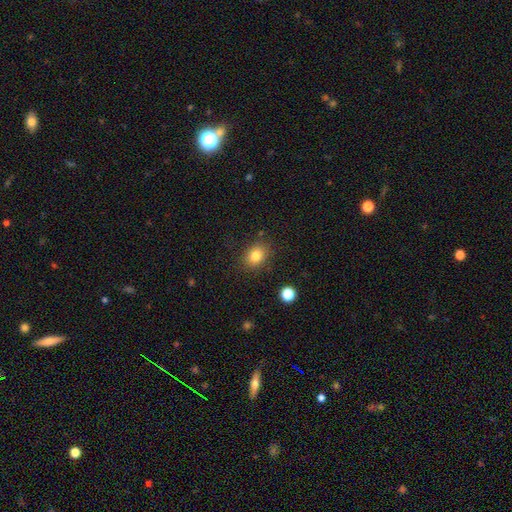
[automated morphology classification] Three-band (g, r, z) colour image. It shows a smooth galaxy with no disk features (82%) that is in between round and cigar-shaped (56%). Merging: none (83%).